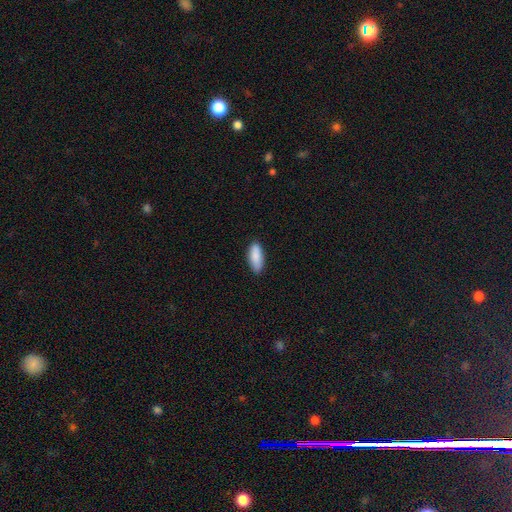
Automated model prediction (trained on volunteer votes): This is clearly a smooth galaxy (89%). How rounded: likely in between (77%). Merging: clearly none (85%).